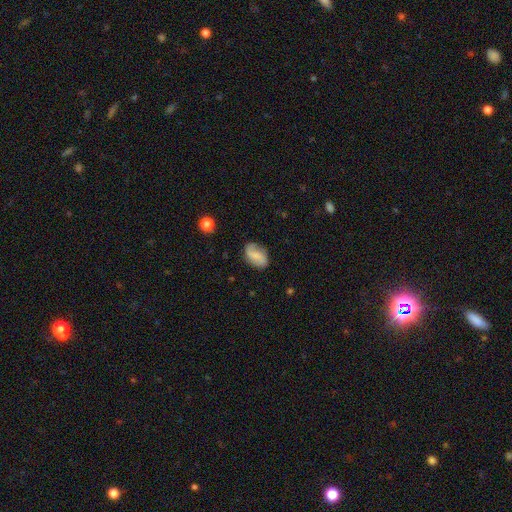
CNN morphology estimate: Smooth or featured? smooth (51%)
How rounded? in between (87%)
Merging? none (74%)